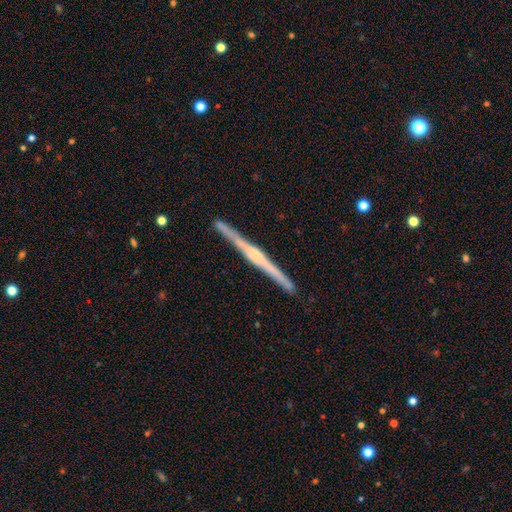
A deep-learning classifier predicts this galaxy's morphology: smooth-or-featured: featured or disk: 79% | smooth: 16% | star or artifact: 5%
  disk-edge-on: yes: 98% | no: 2%
    edge-on-bulge: rounded: 49% | boxy: 26% | none: 25%
  merging: none: 91% | minor disturbance: 6% | major disturbance: 1% | merger: 1%